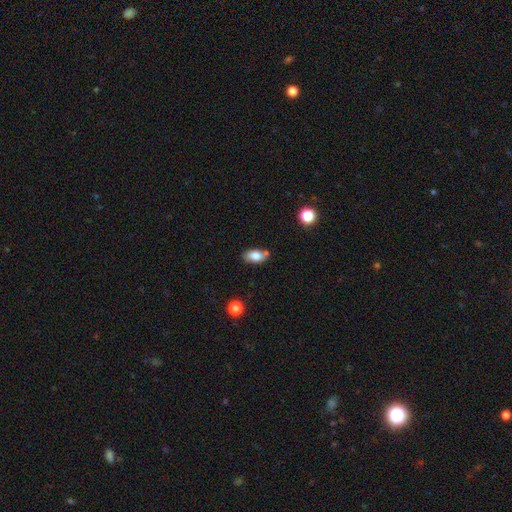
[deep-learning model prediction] Overall: smooth (79%). How rounded: in between (90%). Merging: none (66%).